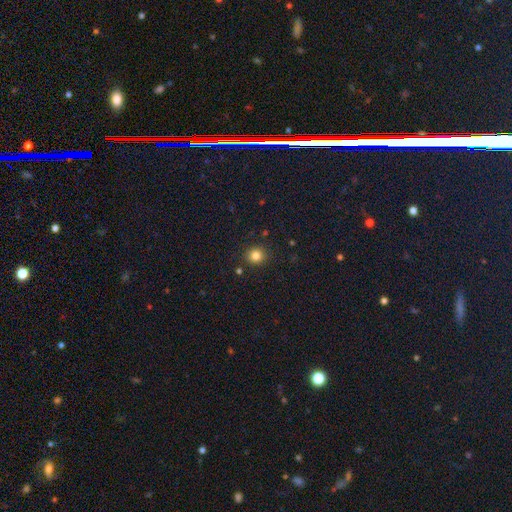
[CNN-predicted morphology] Smooth or featured? Predicted: smooth (p=0.82). How rounded? Predicted: round (p=0.87). Merging? Predicted: none (p=0.89).